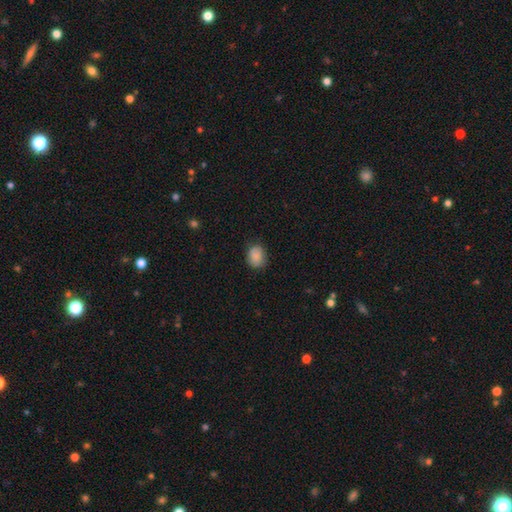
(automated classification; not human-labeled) Q: Smooth or featured?
A: smooth (87%); runner-up: star or artifact (8%)
Q: How rounded?
A: in between (50%); runner-up: round (49%)
Q: Merging?
A: none (78%); runner-up: minor disturbance (17%)